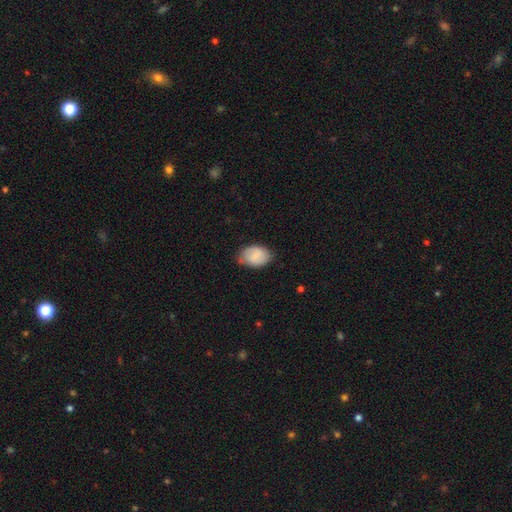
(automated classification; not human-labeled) Smooth or featured? smooth (73%)
How rounded? in between (83%)
Merging? none (70%)